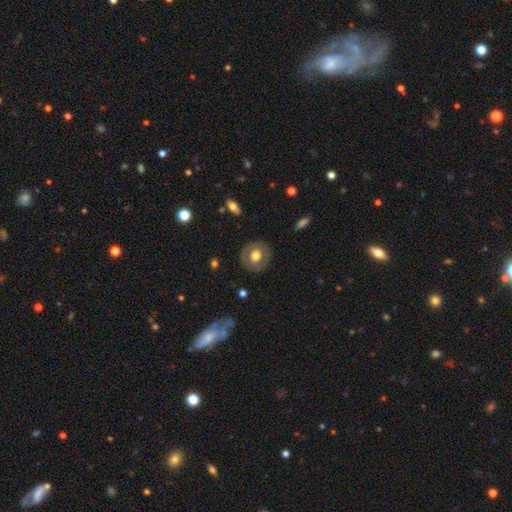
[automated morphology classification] smooth 52%, featured or disk 42%, star or artifact 7%. Down the decision tree: how rounded — round (81%); merging — none (85%).